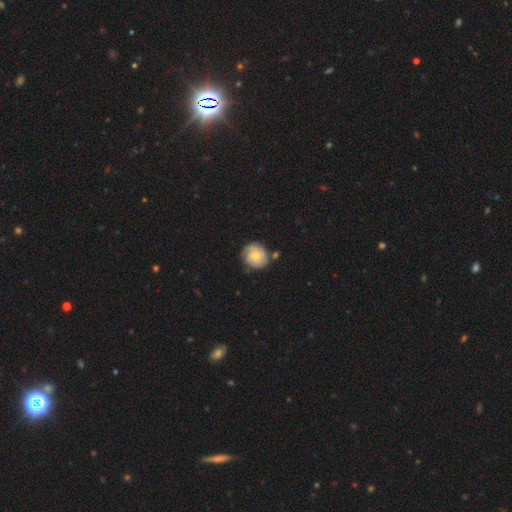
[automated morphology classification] The model was most divided on "smooth or featured": smooth: 47%, featured or disk: 46%, star or artifact: 7%. More confident: merging — none (70%).